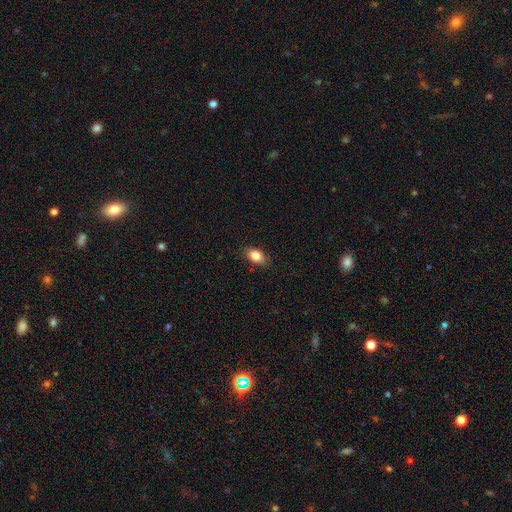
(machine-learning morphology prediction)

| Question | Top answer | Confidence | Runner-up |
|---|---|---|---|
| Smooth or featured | smooth | 84% | star or artifact (8%) |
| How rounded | in between | 87% | round (10%) |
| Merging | none | 85% | minor disturbance (11%) |